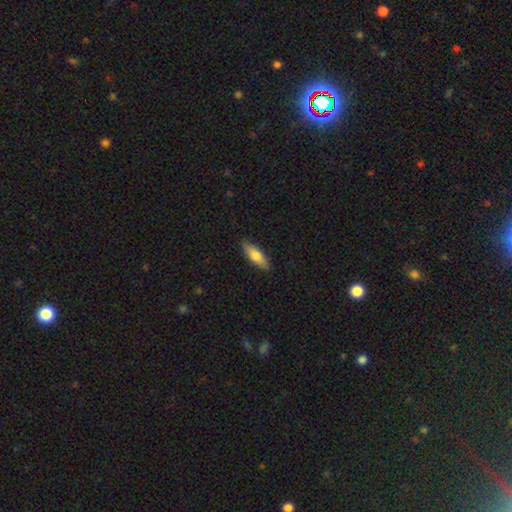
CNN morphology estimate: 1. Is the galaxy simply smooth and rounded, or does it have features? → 73% smooth, 21% featured or disk, 6% star or artifact.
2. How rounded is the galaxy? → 56% in between, 42% cigar-shaped, 2% round.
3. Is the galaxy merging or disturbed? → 89% none, 9% minor disturbance, 2% major disturbance, 1% merger.